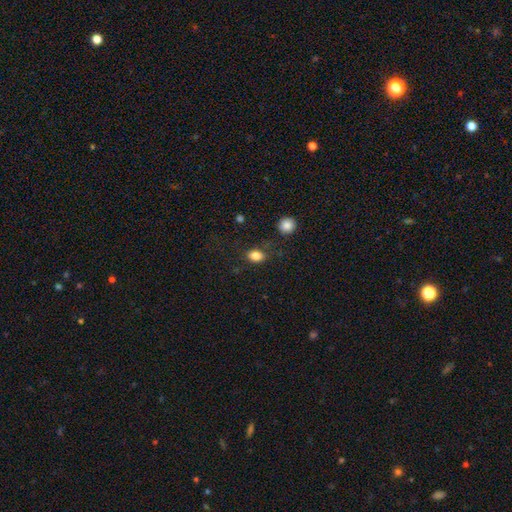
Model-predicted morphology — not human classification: smooth_or_featured: smooth (p=0.84) [alt: star or artifact p=0.11]
how_rounded: in between (p=0.68) [alt: round p=0.30]
merging: none (p=0.77) [alt: minor disturbance p=0.15]